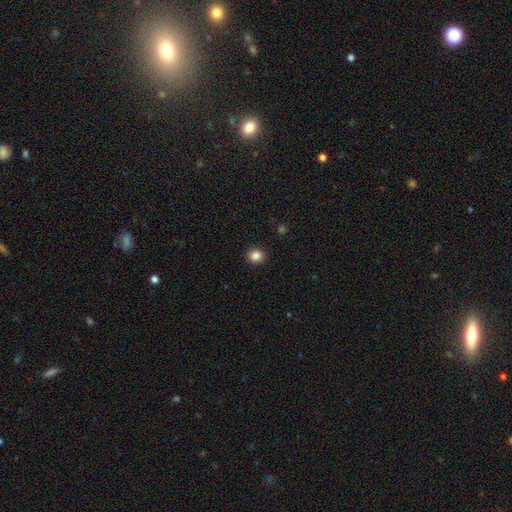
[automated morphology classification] Smooth or featured?
  - smooth: 86% *
  - star or artifact: 11%
  - featured or disk: 4%
How rounded?
  - round: 88% *
  - in between: 11%
  - cigar-shaped: 1%
Merging?
  - none: 92% *
  - minor disturbance: 5%
  - major disturbance: 2%
  - merger: 1%